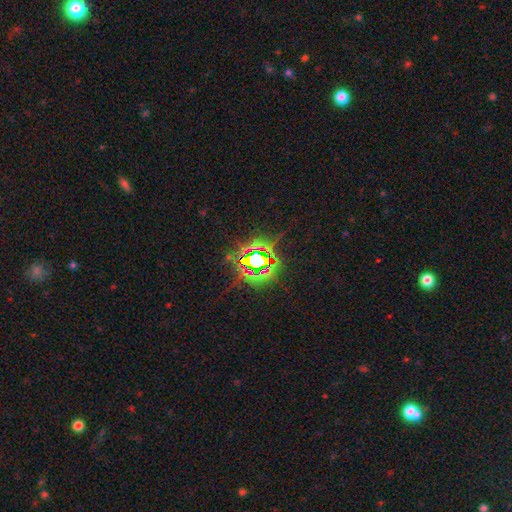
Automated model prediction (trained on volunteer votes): A star or artifact, not a galaxy (79%).